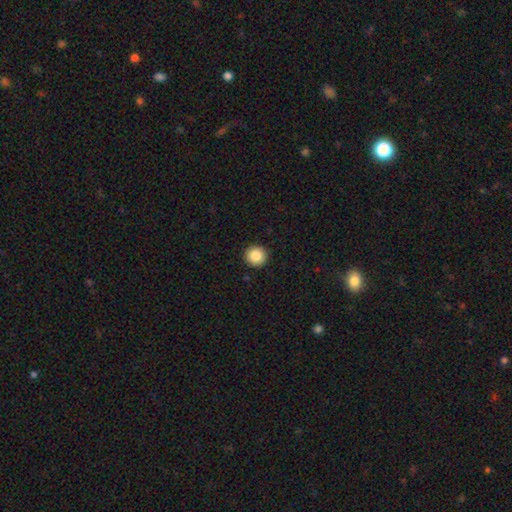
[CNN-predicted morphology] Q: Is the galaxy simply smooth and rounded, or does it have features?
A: smooth — 86%.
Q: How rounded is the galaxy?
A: round — 95%.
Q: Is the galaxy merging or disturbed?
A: none — 93%.